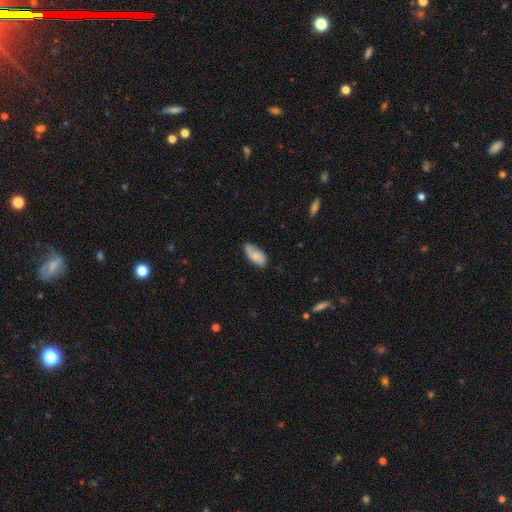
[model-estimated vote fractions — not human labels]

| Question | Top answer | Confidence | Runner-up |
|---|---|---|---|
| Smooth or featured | smooth | 71% | featured or disk (23%) |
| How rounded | in between | 90% | cigar-shaped (8%) |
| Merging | none | 72% | minor disturbance (22%) |